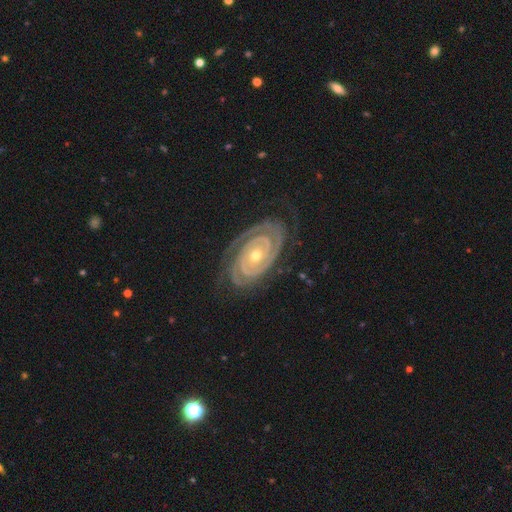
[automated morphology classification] Smooth or featured: featured or disk — 93% (star or artifact — 4%)
Edge-on disk: no — 97% (yes — 3%)
Bar: no — 77% (weak — 13%)
Spiral arms: yes — 99% (no — 1%)
Spiral winding: tight — 89% (medium — 10%)
Spiral arm count: 2 — 69% (3 — 13%)
Bulge size: small — 51% (moderate — 46%)
Merging: none — 80% (minor disturbance — 14%)